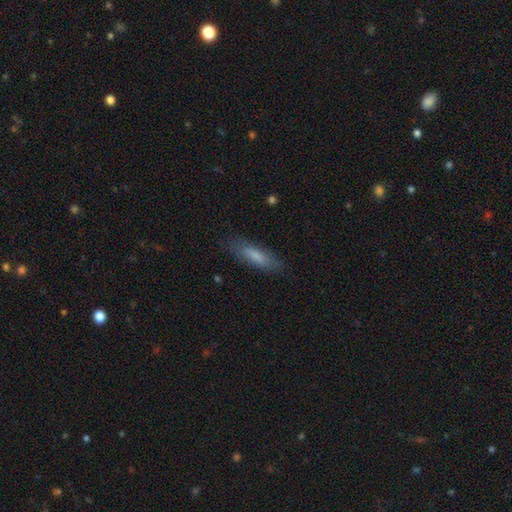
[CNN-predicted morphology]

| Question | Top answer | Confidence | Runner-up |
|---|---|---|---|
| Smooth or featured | smooth | 75% | featured or disk (18%) |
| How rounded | cigar-shaped | 64% | in between (34%) |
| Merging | none | 82% | minor disturbance (13%) |